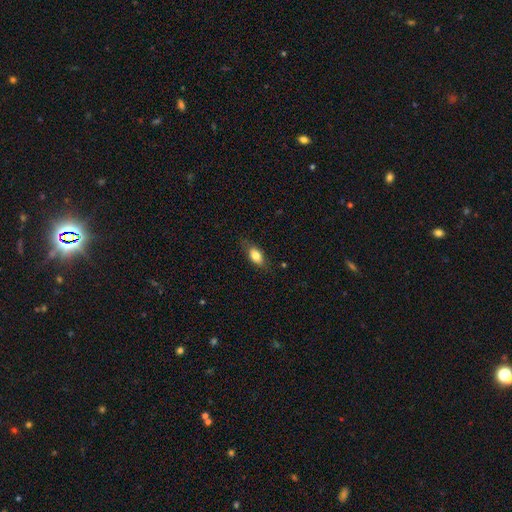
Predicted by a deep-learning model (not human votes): Overall: smooth (79%). How rounded: in between (86%). Merging: none (75%).